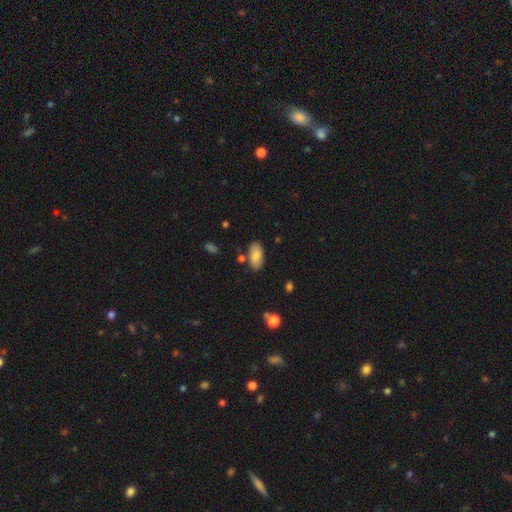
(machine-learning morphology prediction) Smooth or featured: smooth — 82% (featured or disk — 11%)
How rounded: in between — 93% (cigar-shaped — 4%)
Merging: none — 80% (minor disturbance — 13%)